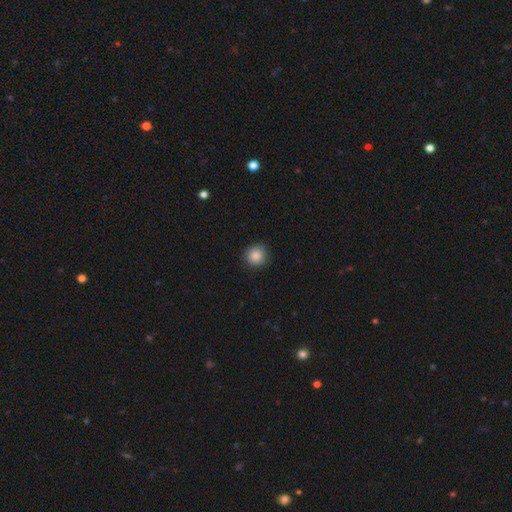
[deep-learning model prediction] This appears to be a smooth galaxy with no disk features (87%) that is round (93%). Merging: none (87%).